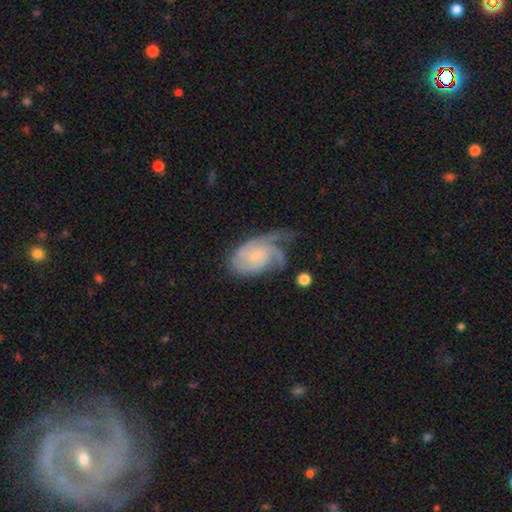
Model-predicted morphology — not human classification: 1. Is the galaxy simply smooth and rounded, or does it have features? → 78% featured or disk, 16% smooth, 6% star or artifact.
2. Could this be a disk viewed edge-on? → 97% no, 3% yes.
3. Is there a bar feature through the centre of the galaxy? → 69% no, 27% weak, 4% strong.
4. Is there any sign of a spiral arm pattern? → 94% yes, 6% no.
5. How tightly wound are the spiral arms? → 41% tight, 40% medium, 19% loose.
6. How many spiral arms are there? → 29% 3, 26% 2, 22% can't tell, 11% 1, 7% 4, 4% more than 4.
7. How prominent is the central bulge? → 69% small, 22% moderate, 7% none, 2% large, 1% dominant.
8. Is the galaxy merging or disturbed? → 35% none, 33% major disturbance, 28% minor disturbance, 4% merger.